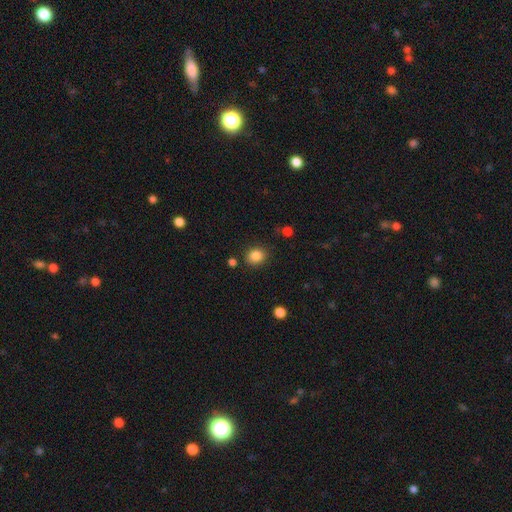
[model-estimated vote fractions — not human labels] Morphology: type=smooth (85%); roundness=round (70%); merging=none (84%).